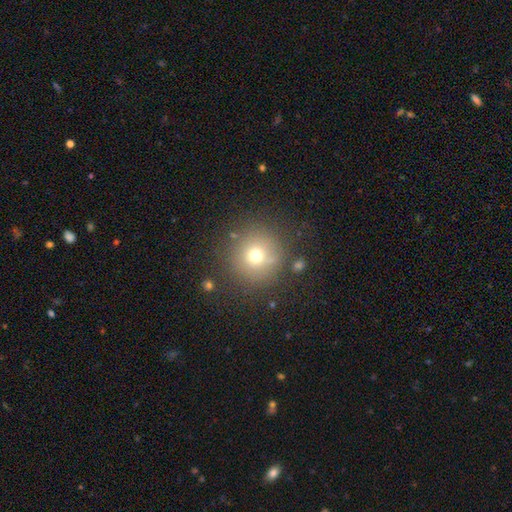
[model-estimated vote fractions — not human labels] Smooth or featured? smooth (69%)
How rounded? round (95%)
Merging? none (82%)